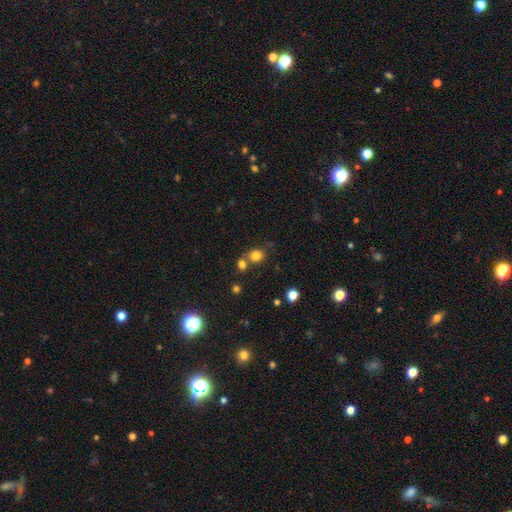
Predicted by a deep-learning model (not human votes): Smooth or featured? Predicted: smooth (p=0.79). How rounded? Predicted: round (p=0.67). Merging? Predicted: none (p=0.56).